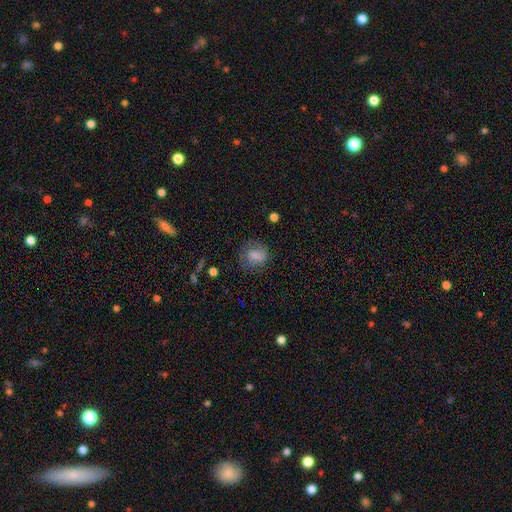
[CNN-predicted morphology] This is likely a smooth galaxy (69%). How rounded: likely round (61%). Merging: likely none (63%).